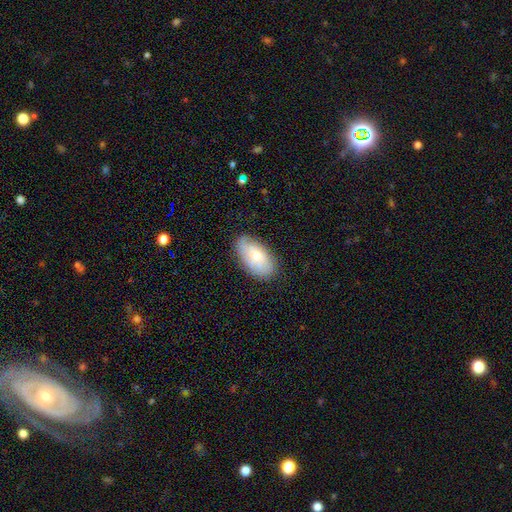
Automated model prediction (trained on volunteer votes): Smooth or featured? Predicted: smooth (p=0.58). How rounded? Predicted: in between (p=0.93). Merging? Predicted: none (p=0.74).